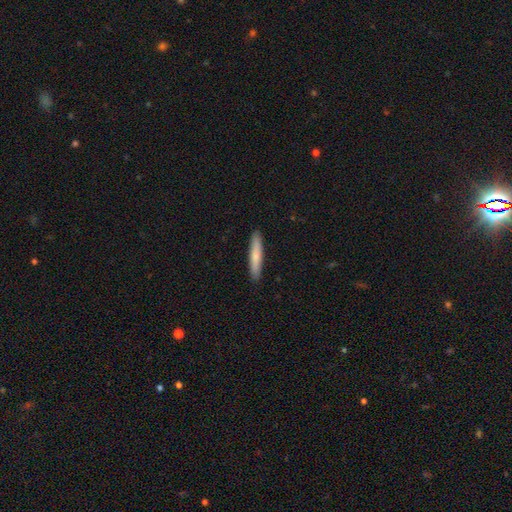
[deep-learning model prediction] This is likely a smooth galaxy (75%). How rounded: clearly cigar-shaped (92%). Merging: clearly none (91%).